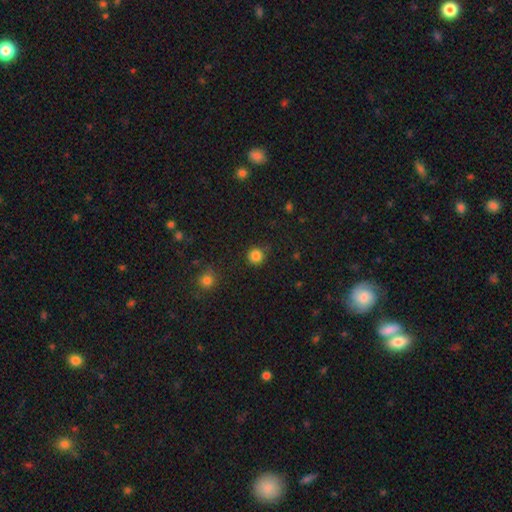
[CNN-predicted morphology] smooth 84%, star or artifact 12%, featured or disk 4%. Down the decision tree: how rounded — round (95%); merging — none (87%).